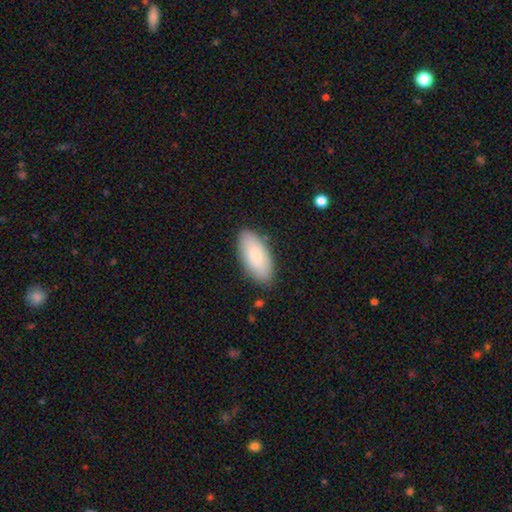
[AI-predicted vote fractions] smooth_or_featured: smooth (p=0.83) [alt: featured or disk p=0.11]
how_rounded: in between (p=0.89) [alt: cigar-shaped p=0.10]
merging: none (p=0.85) [alt: minor disturbance p=0.12]